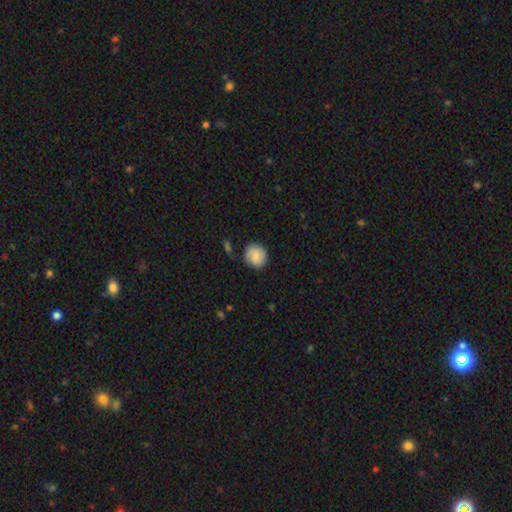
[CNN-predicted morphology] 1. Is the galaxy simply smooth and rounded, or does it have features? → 84% smooth, 9% featured or disk, 7% star or artifact.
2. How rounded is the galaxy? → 81% round, 18% in between, 1% cigar-shaped.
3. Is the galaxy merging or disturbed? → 80% none, 15% minor disturbance, 3% major disturbance, 2% merger.